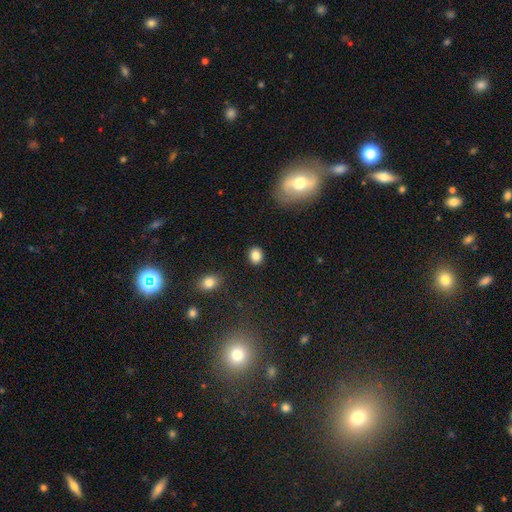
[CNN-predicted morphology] The model was most divided on "how rounded": round: 63%, in between: 36%, cigar-shaped: 1%. More confident: merging — none (89%); smooth or featured — smooth (85%).